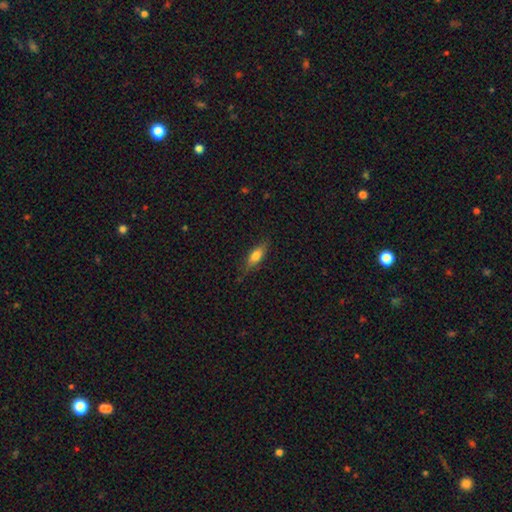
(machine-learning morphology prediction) Smooth or featured?
  - smooth: 73% *
  - featured or disk: 19%
  - star or artifact: 7%
How rounded?
  - in between: 63% *
  - cigar-shaped: 34%
  - round: 3%
Merging?
  - none: 79% *
  - minor disturbance: 16%
  - major disturbance: 3%
  - merger: 1%